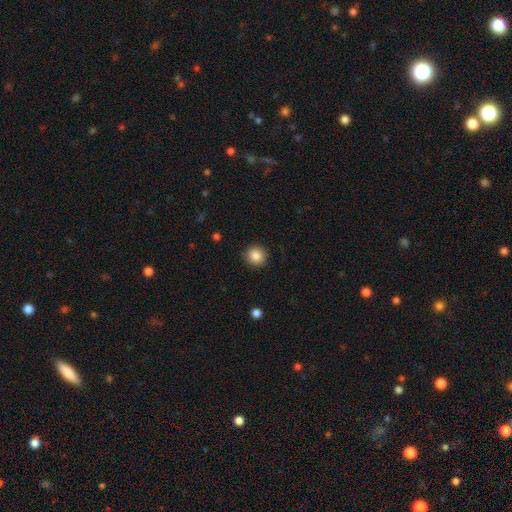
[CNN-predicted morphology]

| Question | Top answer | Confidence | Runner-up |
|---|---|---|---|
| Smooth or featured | smooth | 87% | star or artifact (9%) |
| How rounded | round | 90% | in between (9%) |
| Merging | none | 90% | minor disturbance (7%) |